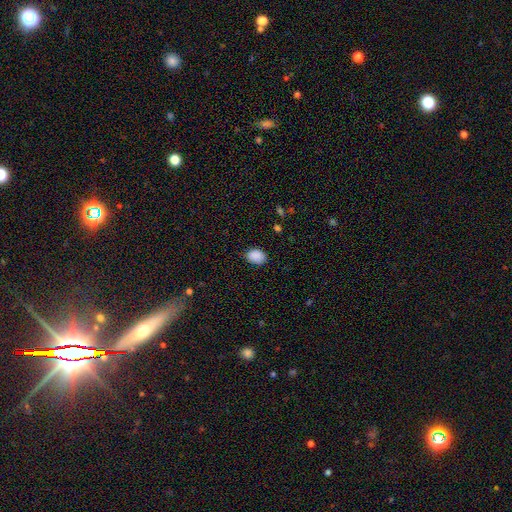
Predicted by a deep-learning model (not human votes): smooth-or-featured: smooth: 90% | star or artifact: 8% | featured or disk: 3%
  how-rounded: in between: 75% | round: 24% | cigar-shaped: 1%
  merging: none: 83% | minor disturbance: 13% | major disturbance: 3% | merger: 1%